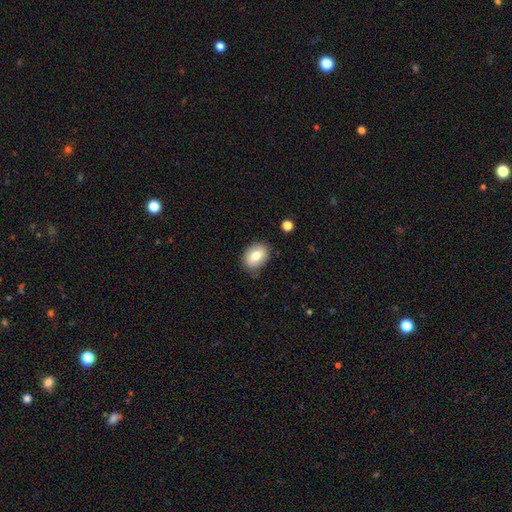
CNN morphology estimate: The model was most divided on "how rounded": in between: 76%, round: 22%, cigar-shaped: 1%. More confident: merging — none (81%); smooth or featured — smooth (76%).